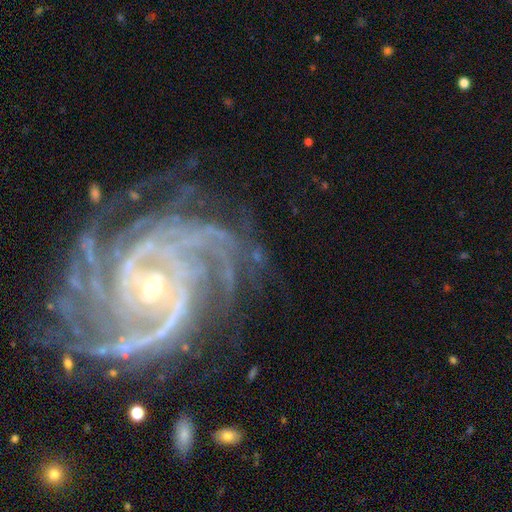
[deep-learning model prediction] Smooth or featured: featured or disk — 78% (star or artifact — 13%)
Edge-on disk: no — 96% (yes — 4%)
Bar: no — 45% (weak — 29%)
Spiral arms: yes — 92% (no — 8%)
Spiral winding: tight — 61% (medium — 29%)
Spiral arm count: can't tell — 28% (2 — 20%)
Bulge size: small — 63% (moderate — 25%)
Merging: none — 63% (major disturbance — 17%)